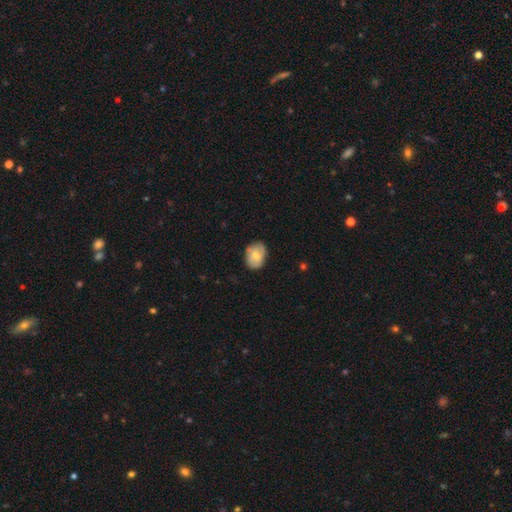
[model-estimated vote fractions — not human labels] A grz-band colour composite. It shows a smooth galaxy with no disk features (70%) that is in between round and cigar-shaped (73%). Merging: none (76%).